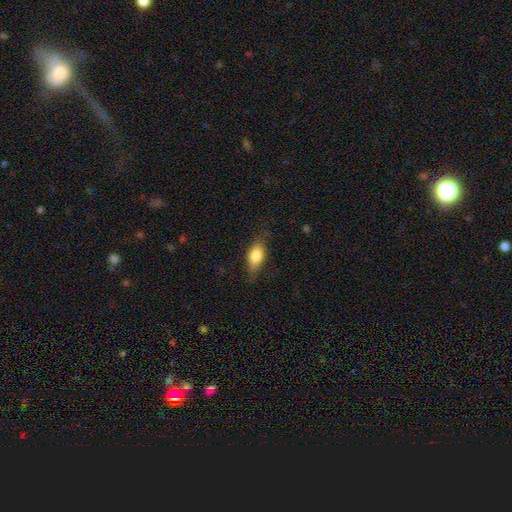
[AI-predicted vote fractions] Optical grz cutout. It shows a smooth galaxy with no disk features (76%) that is in between round and cigar-shaped (79%). Merging: none (75%).